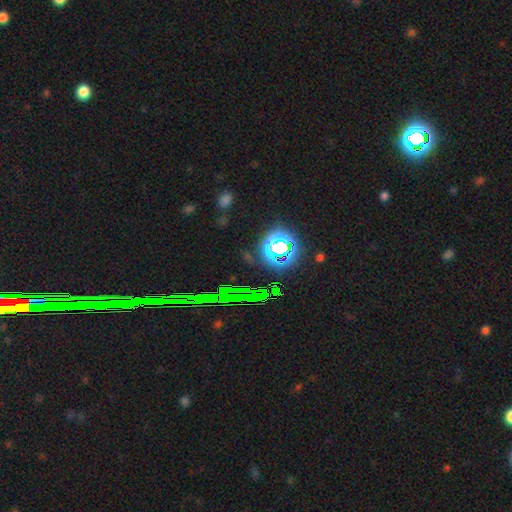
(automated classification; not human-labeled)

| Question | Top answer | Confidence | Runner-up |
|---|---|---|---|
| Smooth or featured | star or artifact | 78% | smooth (14%) |